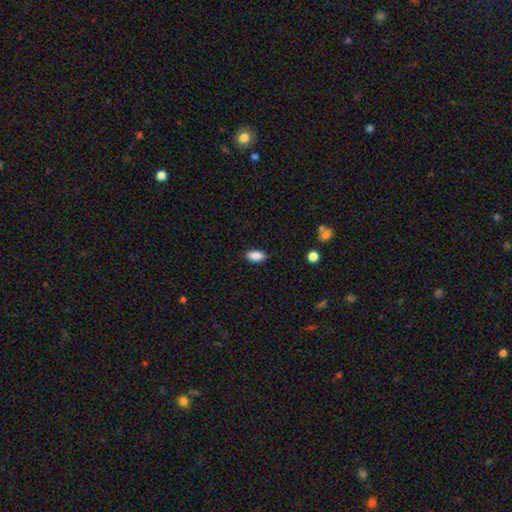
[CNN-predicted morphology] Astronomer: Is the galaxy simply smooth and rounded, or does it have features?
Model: smooth — 87%.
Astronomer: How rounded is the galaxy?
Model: in between — 89%.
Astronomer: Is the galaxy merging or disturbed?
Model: none — 85%.